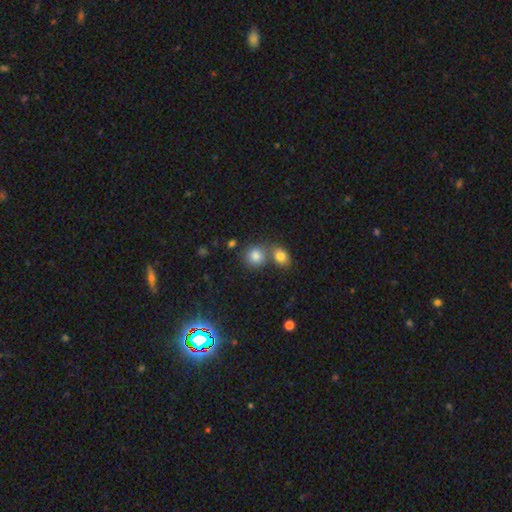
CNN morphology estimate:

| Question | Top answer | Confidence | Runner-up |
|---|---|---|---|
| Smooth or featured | smooth | 82% | star or artifact (11%) |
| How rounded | round | 75% | in between (24%) |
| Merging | none | 48% | merger (40%) |